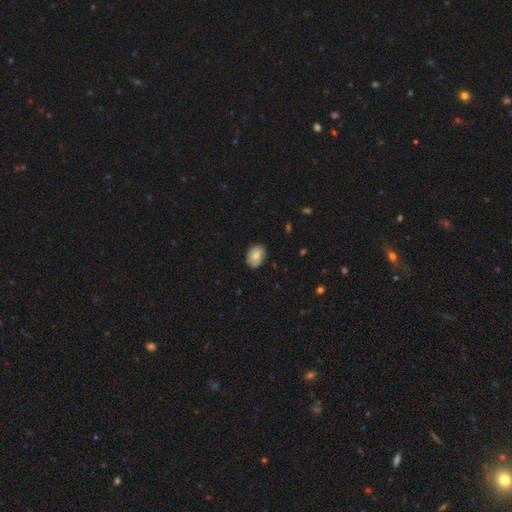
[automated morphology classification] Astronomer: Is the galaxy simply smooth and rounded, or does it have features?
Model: smooth — 75%.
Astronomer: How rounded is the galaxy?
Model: in between — 77%.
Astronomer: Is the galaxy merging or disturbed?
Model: none — 82%.